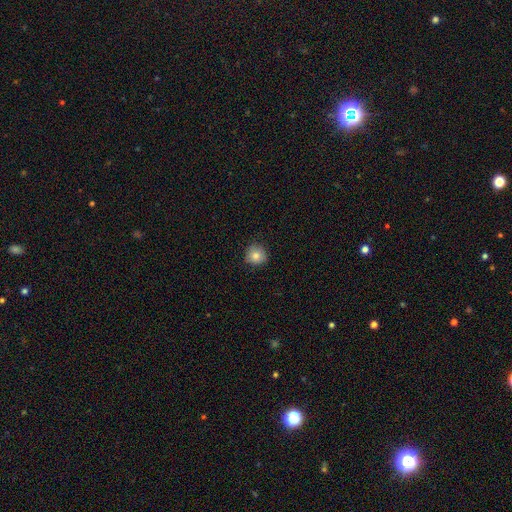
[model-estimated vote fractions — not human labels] Smooth or featured? Predicted: smooth (p=0.81). How rounded? Predicted: round (p=0.92). Merging? Predicted: none (p=0.83).